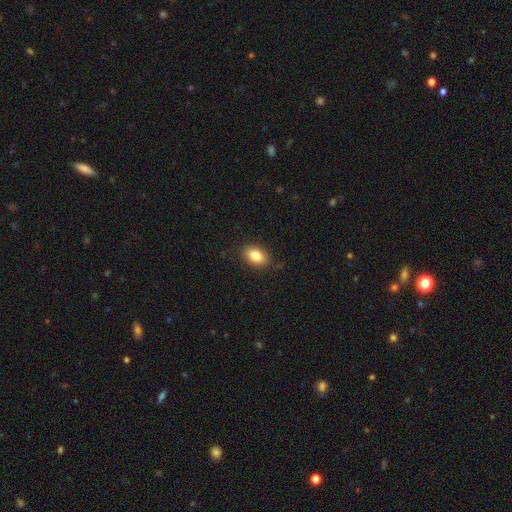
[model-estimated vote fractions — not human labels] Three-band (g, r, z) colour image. It shows a smooth galaxy with no disk features (84%) that is in between round and cigar-shaped (88%). Merging: none (86%).